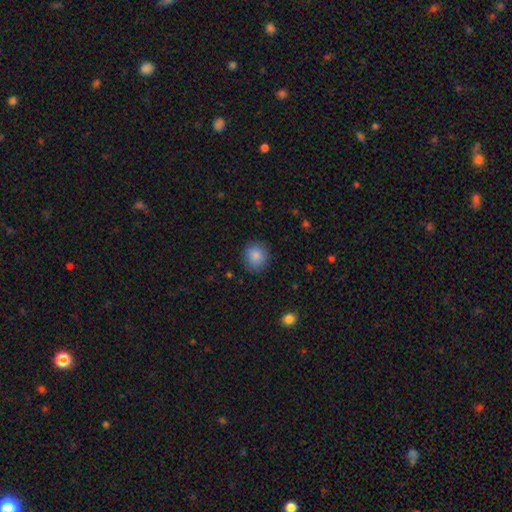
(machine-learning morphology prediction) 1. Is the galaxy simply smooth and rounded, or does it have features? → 86% smooth, 9% star or artifact, 5% featured or disk.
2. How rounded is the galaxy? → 88% round, 11% in between, 1% cigar-shaped.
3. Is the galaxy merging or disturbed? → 87% none, 9% minor disturbance, 3% major disturbance, 1% merger.